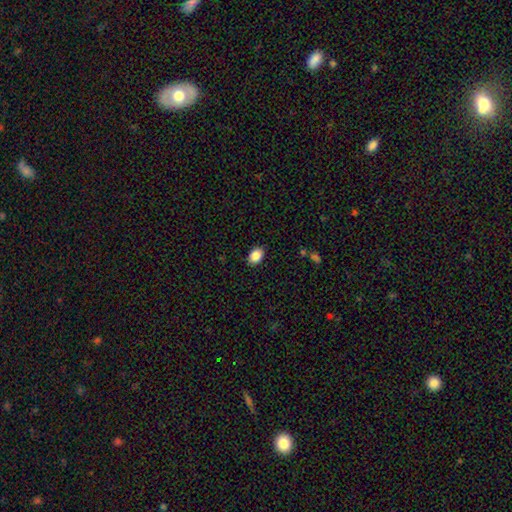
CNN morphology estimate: Smooth or featured?
  - smooth: 87% *
  - star or artifact: 8%
  - featured or disk: 5%
How rounded?
  - in between: 82% *
  - round: 17%
  - cigar-shaped: 1%
Merging?
  - none: 88% *
  - minor disturbance: 9%
  - major disturbance: 2%
  - merger: 1%